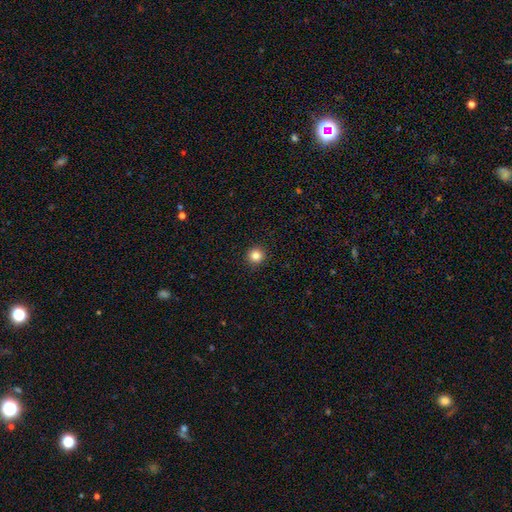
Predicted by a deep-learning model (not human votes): Smooth or featured?
  - smooth: 84% *
  - star or artifact: 12%
  - featured or disk: 4%
How rounded?
  - round: 95% *
  - in between: 4%
  - cigar-shaped: 1%
Merging?
  - none: 93% *
  - minor disturbance: 5%
  - major disturbance: 2%
  - merger: 1%